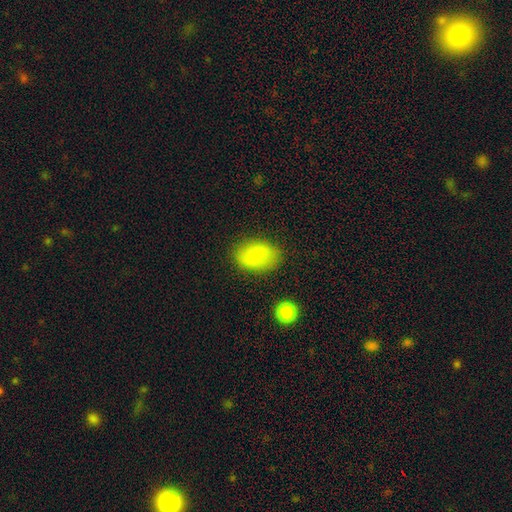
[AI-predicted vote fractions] This appears to be a smooth galaxy with no disk features (76%) that is in between round and cigar-shaped (85%). Merging: none (79%).